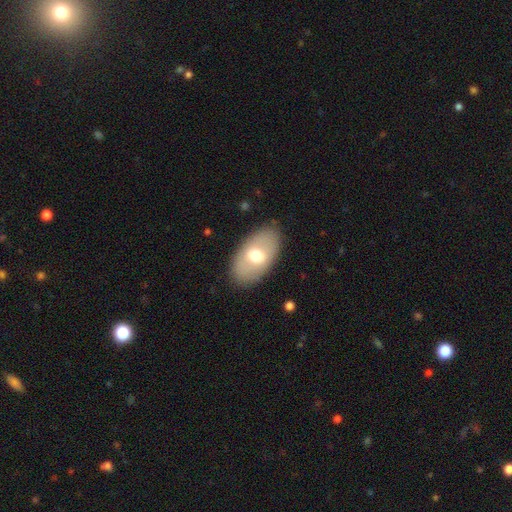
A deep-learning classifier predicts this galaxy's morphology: Smooth or featured? Predicted: smooth (p=0.63). How rounded? Predicted: in between (p=0.93). Merging? Predicted: none (p=0.85).